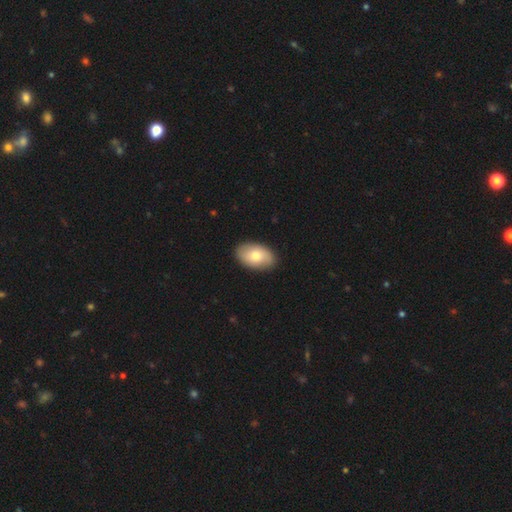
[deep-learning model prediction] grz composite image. It shows a smooth galaxy with no disk features (72%) that is in between round and cigar-shaped (92%). Merging: none (88%).